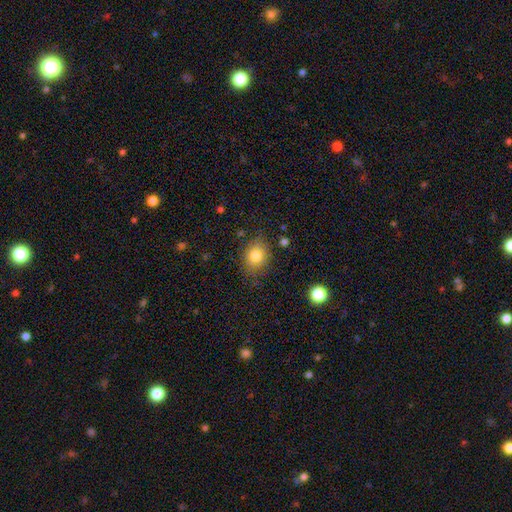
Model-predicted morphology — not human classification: A smooth galaxy with no disk features (82%) that is in between round and cigar-shaped (54%). Merging: none (79%).